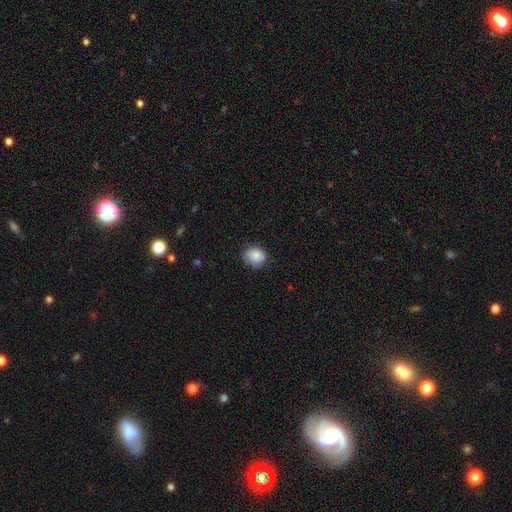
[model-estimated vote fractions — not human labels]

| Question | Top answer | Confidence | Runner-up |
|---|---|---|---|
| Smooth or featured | smooth | 86% | star or artifact (8%) |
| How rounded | round | 81% | in between (18%) |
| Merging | none | 79% | minor disturbance (17%) |